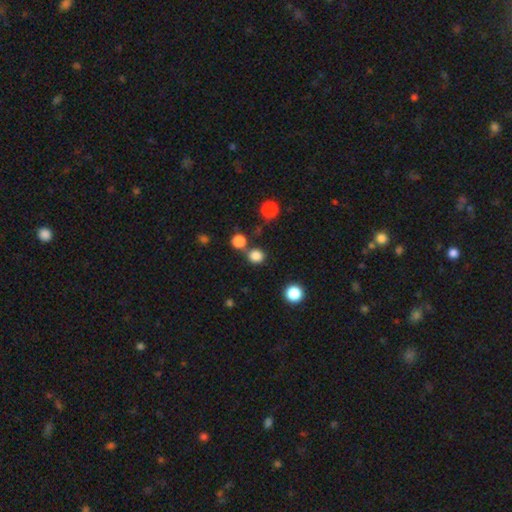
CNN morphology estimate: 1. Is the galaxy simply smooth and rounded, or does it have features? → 82% smooth, 14% star or artifact, 4% featured or disk.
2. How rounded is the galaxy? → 87% round, 12% in between, 1% cigar-shaped.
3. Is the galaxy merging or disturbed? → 74% none, 15% merger, 8% minor disturbance, 3% major disturbance.